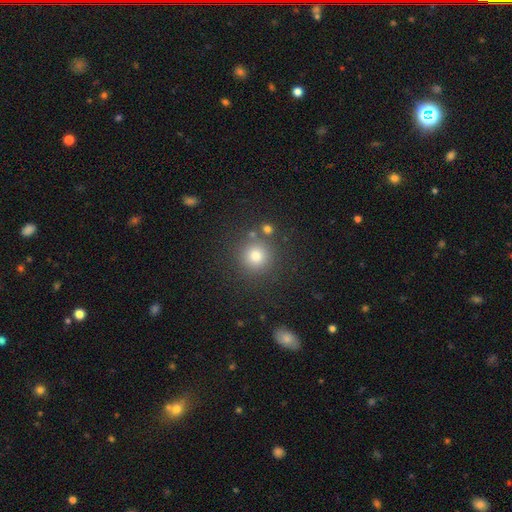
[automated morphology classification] Overall: smooth (78%). How rounded: round (93%). Merging: none (82%).